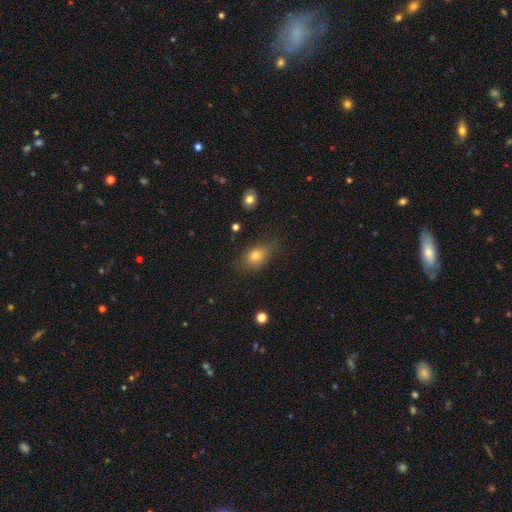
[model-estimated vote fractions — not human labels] A smooth galaxy with no disk features (77%) that is in between round and cigar-shaped (74%). Merging: none (68%).